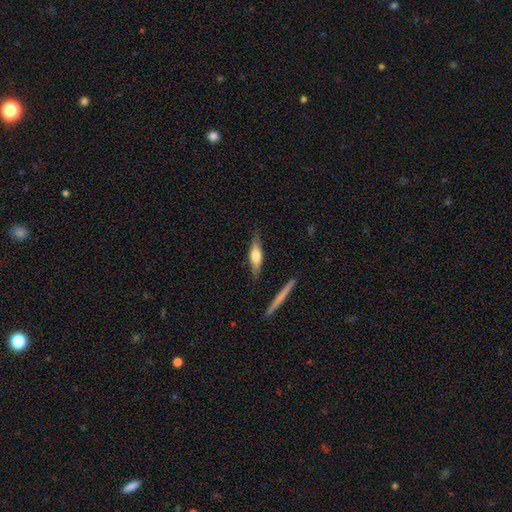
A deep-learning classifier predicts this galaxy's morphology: This appears to be a smooth galaxy with no disk features (48%). Merging: none (82%).